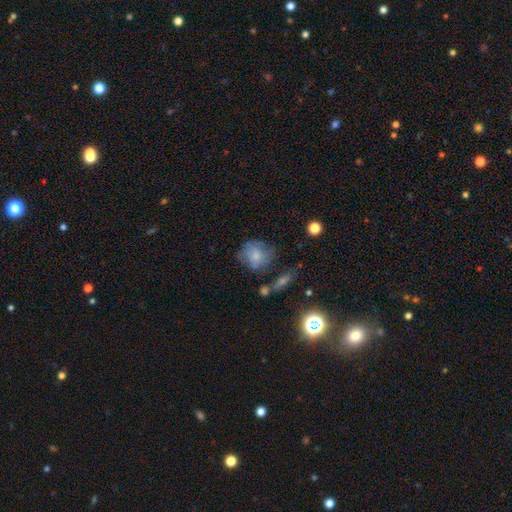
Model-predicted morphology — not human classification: A smooth galaxy with no disk features (63%) that is round (72%).

Vote fractions:
- Smooth or featured? smooth: 63% / featured or disk: 28% / star or artifact: 9%
- How rounded? round: 72% / in between: 27% / cigar-shaped: 1%
- Merging? none: 52% / minor disturbance: 27% / major disturbance: 15% / merger: 6%